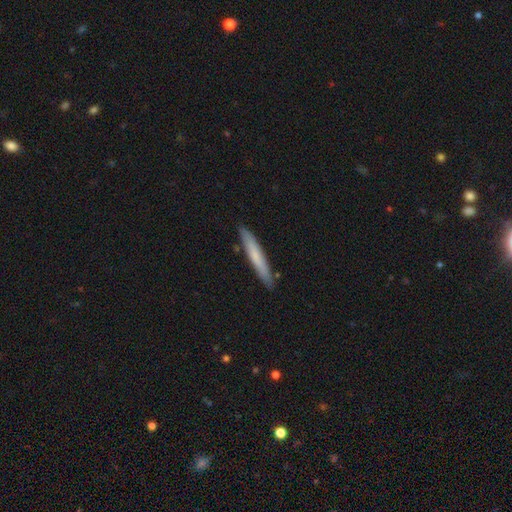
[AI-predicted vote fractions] The model was most divided on "smooth or featured": smooth: 64%, featured or disk: 30%, star or artifact: 6%. More confident: how rounded — cigar-shaped (95%); merging — none (88%).